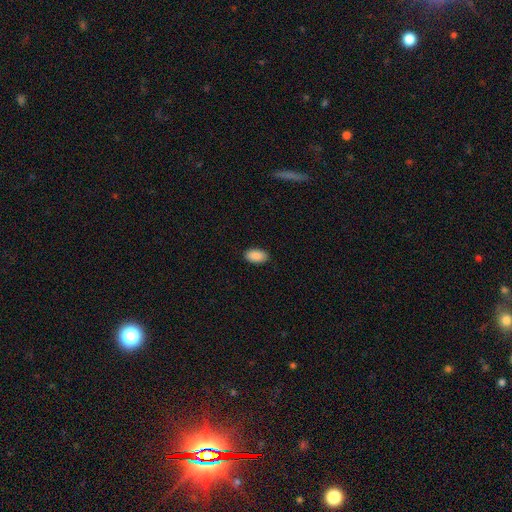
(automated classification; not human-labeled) This is clearly a smooth galaxy (90%). How rounded: clearly in between (95%). Merging: clearly none (89%).